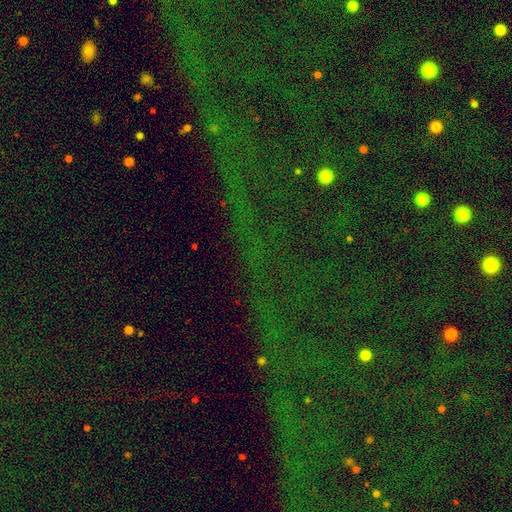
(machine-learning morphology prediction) This appears to be a star or artifact, not a galaxy (82%).